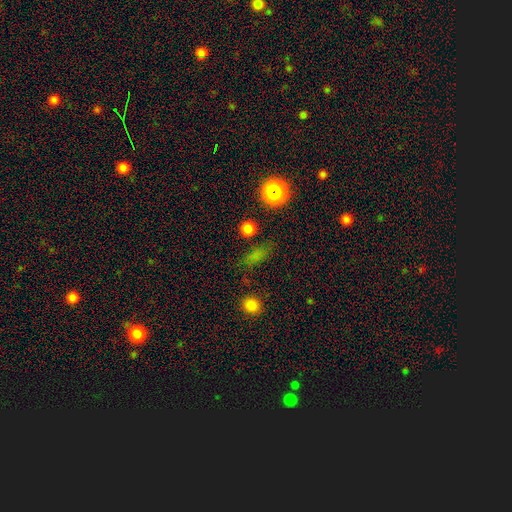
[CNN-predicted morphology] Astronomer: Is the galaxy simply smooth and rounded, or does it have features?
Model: smooth — 66%.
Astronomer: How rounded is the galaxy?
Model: in between — 41% (runner-up: round, 40%).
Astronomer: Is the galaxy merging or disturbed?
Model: none — 77%.